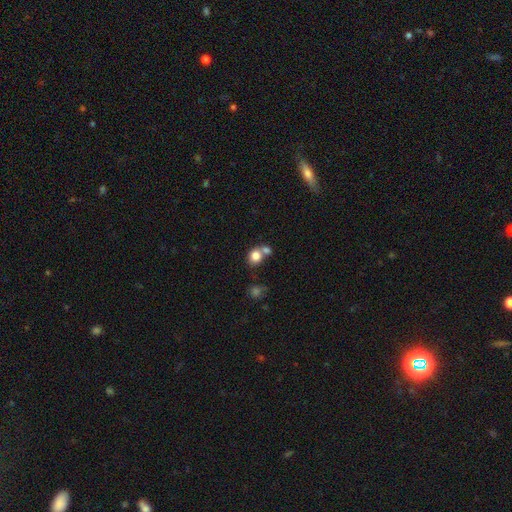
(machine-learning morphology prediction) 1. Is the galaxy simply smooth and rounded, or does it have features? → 80% smooth, 10% star or artifact, 10% featured or disk.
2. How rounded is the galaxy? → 71% round, 28% in between, 1% cigar-shaped.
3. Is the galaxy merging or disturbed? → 43% merger (tied), 43% none (tied), 9% minor disturbance, 4% major disturbance.